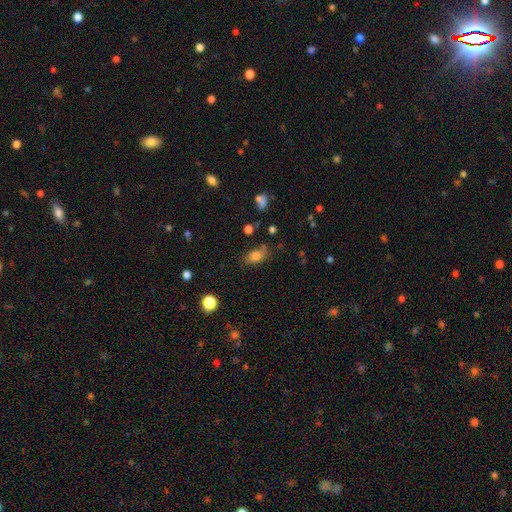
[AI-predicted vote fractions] A smooth galaxy with no disk features (80%) that is in between round and cigar-shaped (81%). Merging: none (67%).